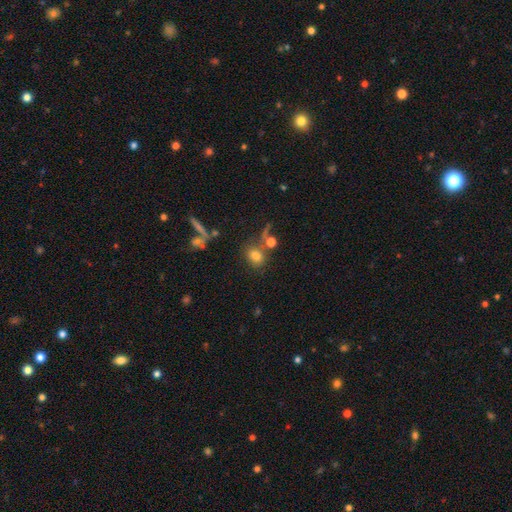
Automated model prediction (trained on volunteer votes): Overall: smooth (75%). How rounded: in between (54%; round 43%). Merging: none (58%; merger 20%).